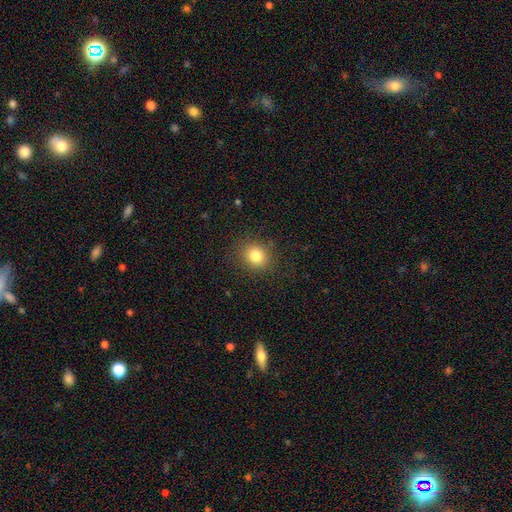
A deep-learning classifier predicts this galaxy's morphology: A smooth galaxy with no disk features (81%) that is round (74%).

Vote fractions:
- Smooth or featured? smooth: 81% / star or artifact: 12% / featured or disk: 7%
- How rounded? round: 74% / in between: 25% / cigar-shaped: 1%
- Merging? none: 87% / minor disturbance: 9% / major disturbance: 3% / merger: 1%